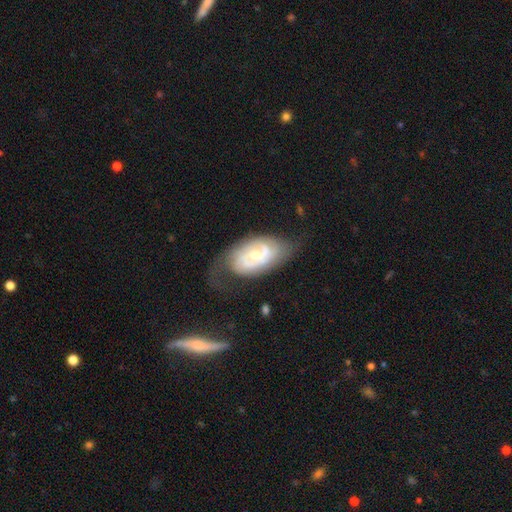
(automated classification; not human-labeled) This appears to be a featured or disk galaxy (80%) with no bar (53%), 2 (58%) tight (57%) spiral arms (91%) and a moderate central bulge (51%). Merging: none (56%).